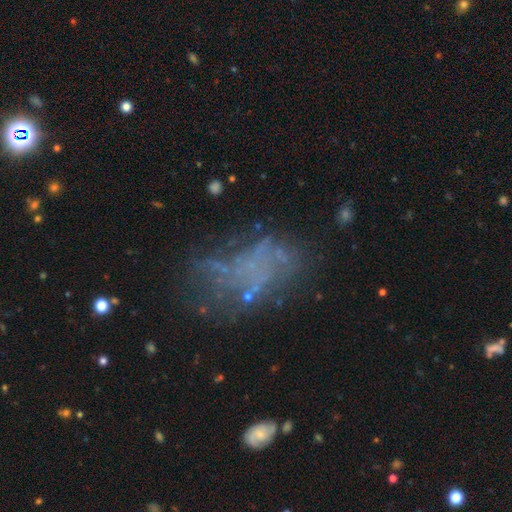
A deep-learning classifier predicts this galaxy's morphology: featured or disk 54%, smooth 24%, star or artifact 22%. Down the decision tree: edge-on disk — no (97%); bar — no (93%); spiral arms — no (91%); bulge size — none (85%); merging — none (41%).